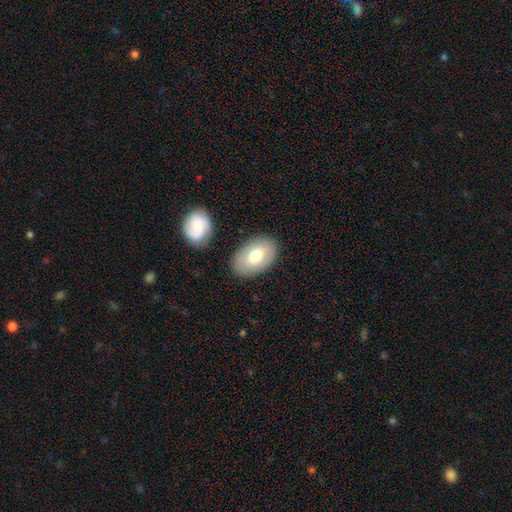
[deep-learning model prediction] This is likely a smooth galaxy (66%). How rounded: clearly in between (89%). Merging: clearly none (82%).